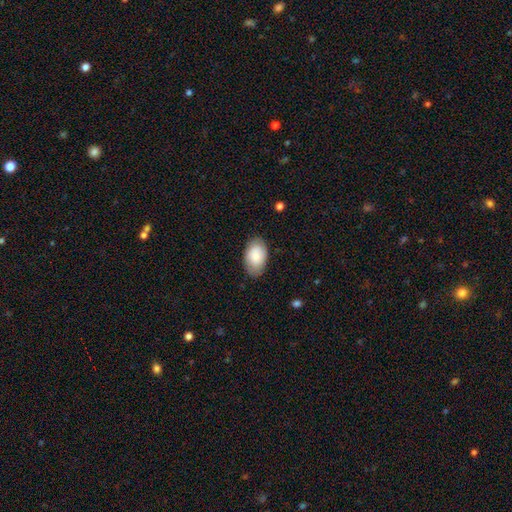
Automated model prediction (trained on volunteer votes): A smooth galaxy with no disk features (80%) that is in between round and cigar-shaped (92%). Merging: none (81%).